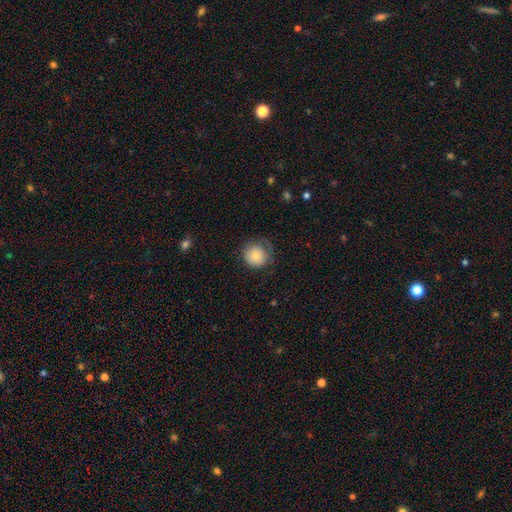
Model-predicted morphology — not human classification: This appears to be a smooth galaxy with no disk features (81%) that is round (90%). Merging: none (62%).